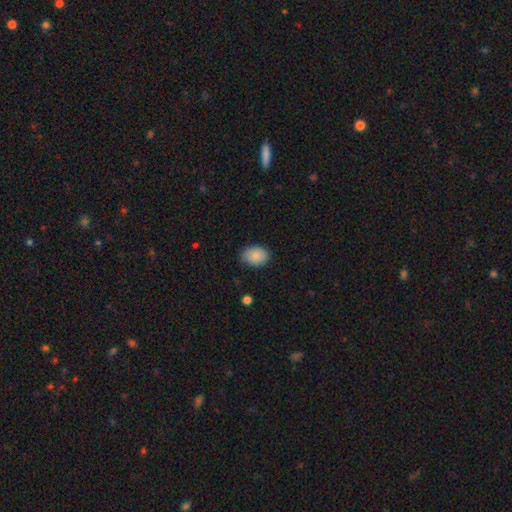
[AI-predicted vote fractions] smooth_or_featured: smooth (p=0.86) [alt: star or artifact p=0.07]
how_rounded: in between (p=0.76) [alt: round p=0.23]
merging: none (p=0.80) [alt: minor disturbance p=0.16]